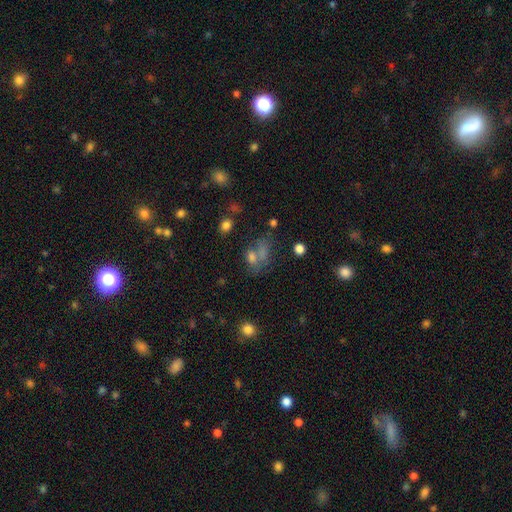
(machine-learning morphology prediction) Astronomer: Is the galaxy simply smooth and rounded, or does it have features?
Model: smooth — 64%.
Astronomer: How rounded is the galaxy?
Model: in between — 70%.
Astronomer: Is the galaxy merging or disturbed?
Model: none — 37% (runner-up: merger, 36%).